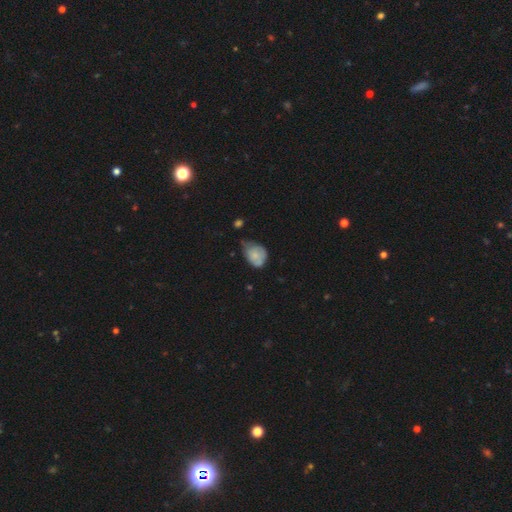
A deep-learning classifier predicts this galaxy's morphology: smooth 71%, featured or disk 21%, star or artifact 8%. Down the decision tree: how rounded — in between (64%); merging — minor disturbance (49%).